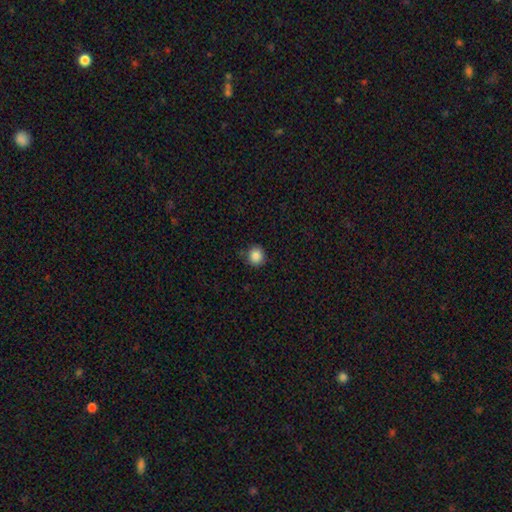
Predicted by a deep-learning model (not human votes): This is clearly a smooth galaxy (86%). How rounded: clearly round (90%). Merging: clearly none (86%).